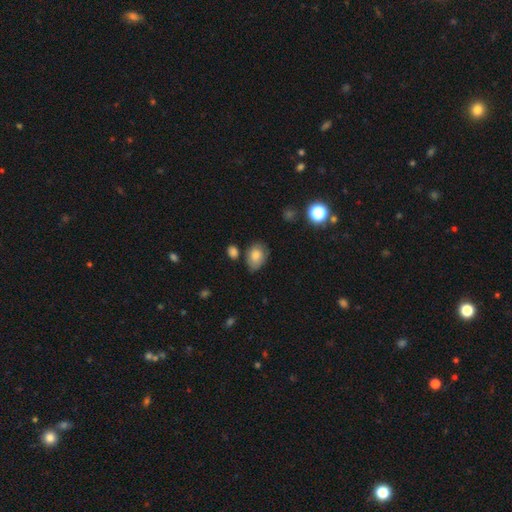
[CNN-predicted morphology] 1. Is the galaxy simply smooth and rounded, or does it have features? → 77% smooth, 15% featured or disk, 8% star or artifact.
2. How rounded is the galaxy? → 80% in between, 19% round, 1% cigar-shaped.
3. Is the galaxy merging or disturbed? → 63% none, 25% minor disturbance, 6% merger, 6% major disturbance.